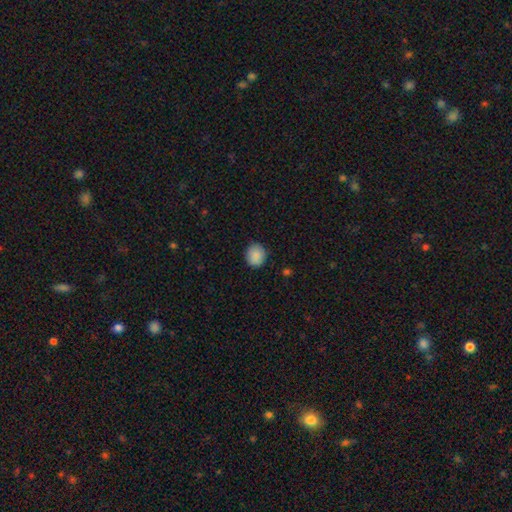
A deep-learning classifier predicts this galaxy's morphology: Smooth or featured? Predicted: smooth (p=0.89). How rounded? Predicted: round (p=0.78). Merging? Predicted: none (p=0.87).